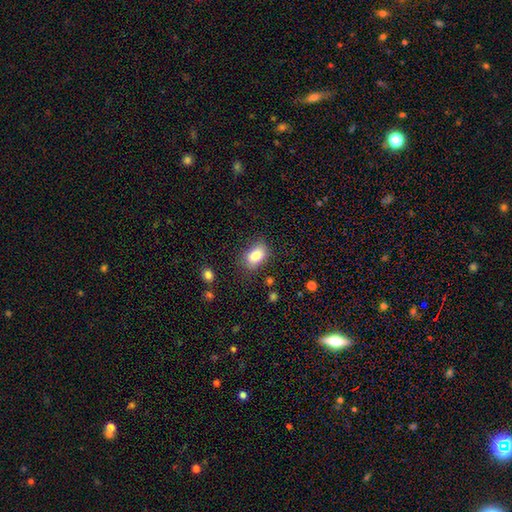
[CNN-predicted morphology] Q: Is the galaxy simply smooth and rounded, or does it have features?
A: smooth — 83%.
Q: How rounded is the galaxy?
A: in between — 83%.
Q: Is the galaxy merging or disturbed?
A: none — 76%.